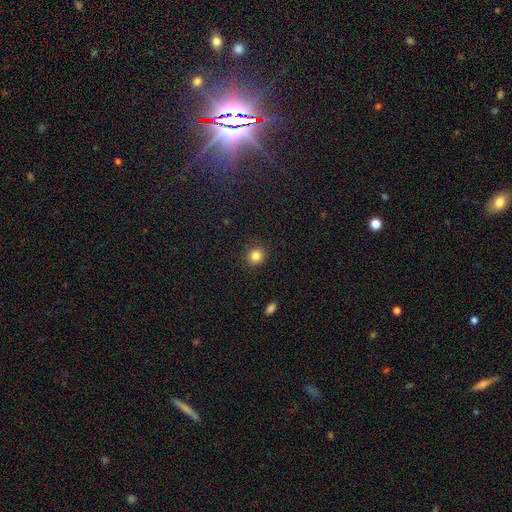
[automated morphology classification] type=smooth (84%); roundness=round (89%); merging=none (89%).